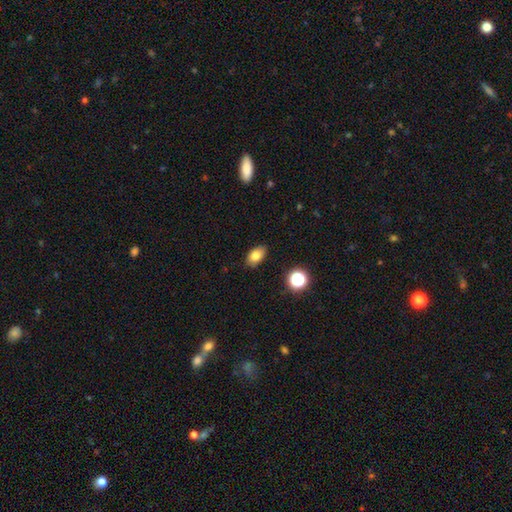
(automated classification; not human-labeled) This is clearly a smooth galaxy (80%). How rounded: clearly in between (88%). Merging: clearly none (86%).